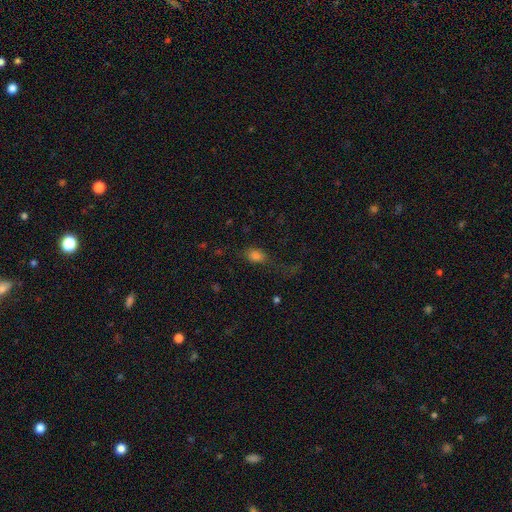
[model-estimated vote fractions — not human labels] Overall: smooth (76%). How rounded: in between (77%). Merging: none (50%; major disturbance 26%).